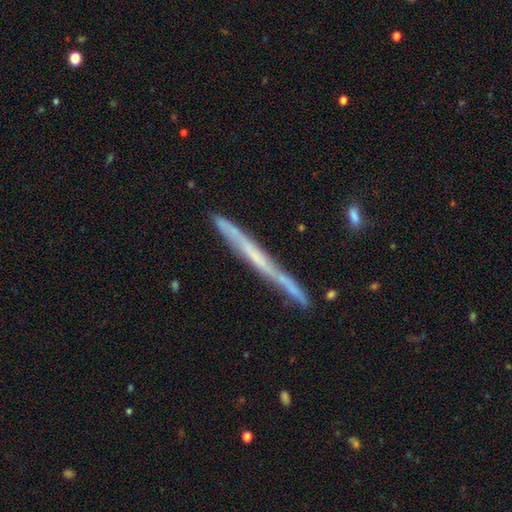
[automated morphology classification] Smooth or featured?
  - featured or disk: 64% *
  - smooth: 29%
  - star or artifact: 7%
Edge-on disk?
  - yes: 96% *
  - no: 4%
Edge-on bulge?
  - none: 79% *
  - rounded: 15%
  - boxy: 6%
Merging?
  - none: 84% *
  - minor disturbance: 12%
  - merger: 2%
  - major disturbance: 2%